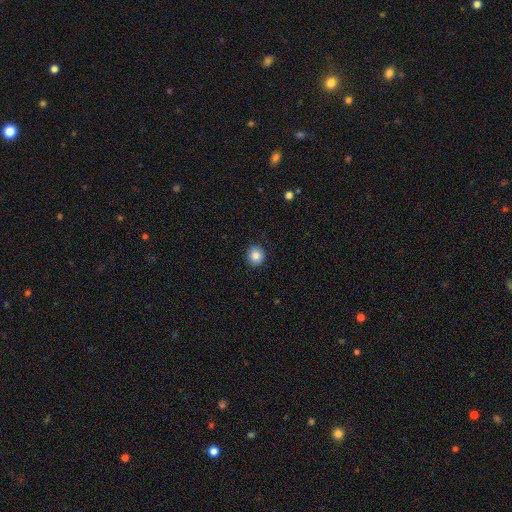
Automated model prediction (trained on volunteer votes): This appears to be a smooth galaxy with no disk features (84%) that is round (87%). Merging: none (90%).